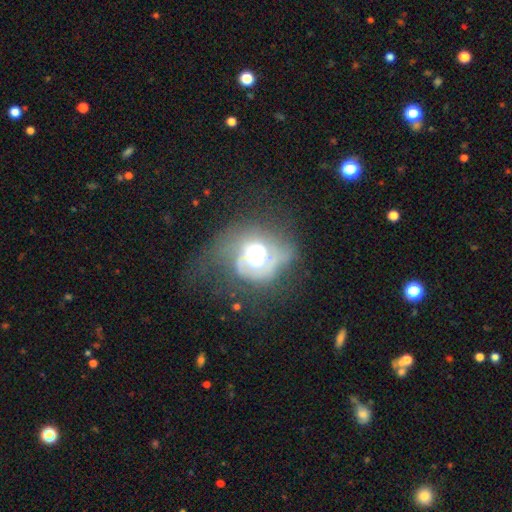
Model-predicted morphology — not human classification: featured or disk 61%, smooth 28%, star or artifact 11%. Down the decision tree: edge-on disk — no (97%); bar — no (76%); spiral arms — yes (69%); bulge size — large (46%); merging — major disturbance (38%).